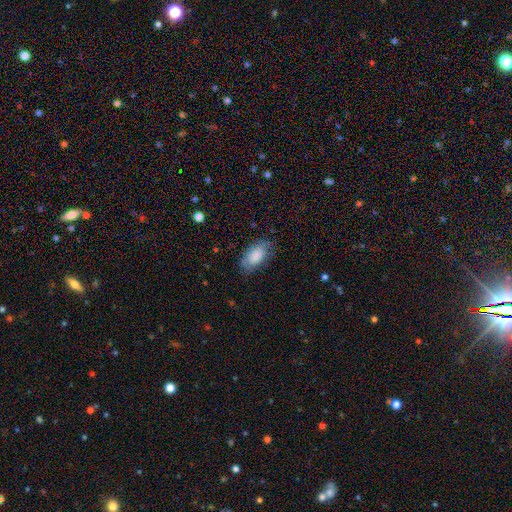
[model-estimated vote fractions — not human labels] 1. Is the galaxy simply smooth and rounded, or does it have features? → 83% smooth, 11% featured or disk, 6% star or artifact.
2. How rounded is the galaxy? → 93% in between, 4% cigar-shaped, 3% round.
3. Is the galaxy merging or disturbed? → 72% none, 21% minor disturbance, 6% major disturbance, 1% merger.